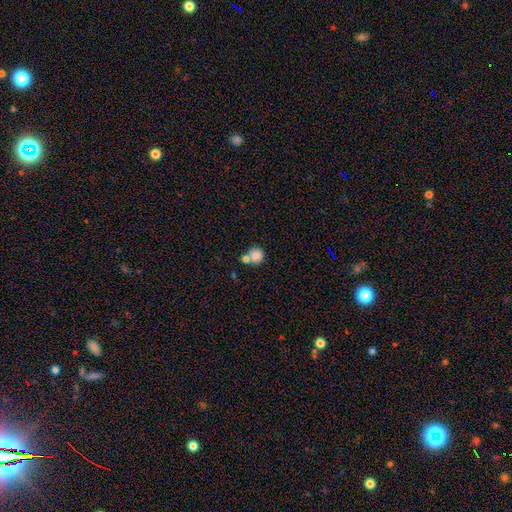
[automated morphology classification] The model was most divided on "merging": none: 52%, merger: 33%, minor disturbance: 11%, major disturbance: 4%. More confident: how rounded — round (88%); smooth or featured — smooth (83%).